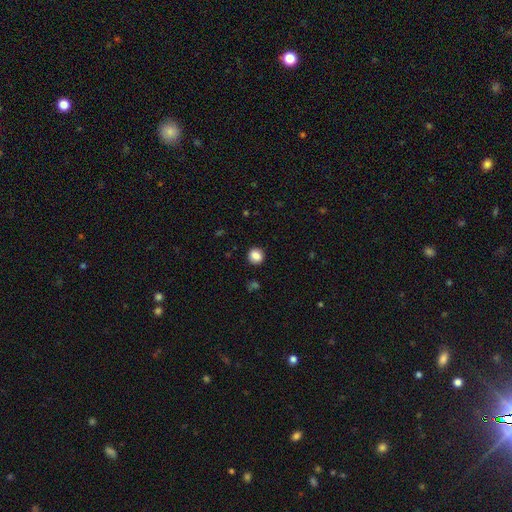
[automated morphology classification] Q: Smooth or featured?
A: smooth (86%); runner-up: star or artifact (9%)
Q: How rounded?
A: round (80%); runner-up: in between (19%)
Q: Merging?
A: none (90%); runner-up: minor disturbance (7%)